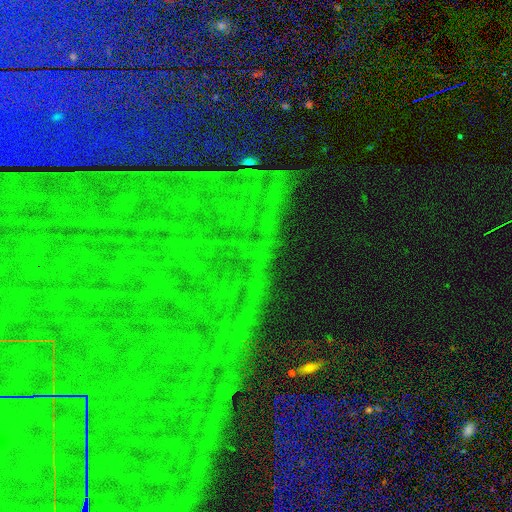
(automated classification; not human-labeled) Smooth or featured: star or artifact — 87% (featured or disk — 7%)